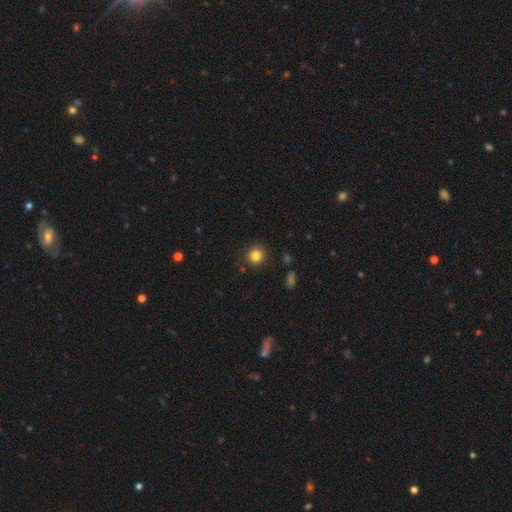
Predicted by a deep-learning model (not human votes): A smooth galaxy with no disk features (83%) that is round (91%).

Vote fractions:
- Smooth or featured? smooth: 83% / star or artifact: 11% / featured or disk: 5%
- How rounded? round: 91% / in between: 8% / cigar-shaped: 1%
- Merging? none: 88% / minor disturbance: 8% / major disturbance: 3% / merger: 2%